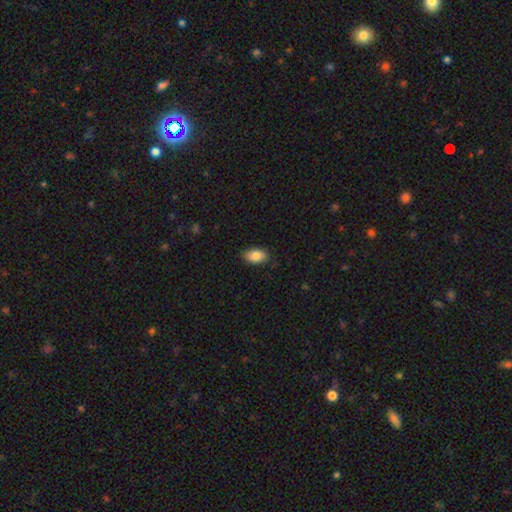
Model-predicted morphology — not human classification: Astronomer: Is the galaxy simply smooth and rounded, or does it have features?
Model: smooth — 87%.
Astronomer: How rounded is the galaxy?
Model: in between — 92%.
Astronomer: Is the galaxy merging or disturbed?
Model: none — 84%.